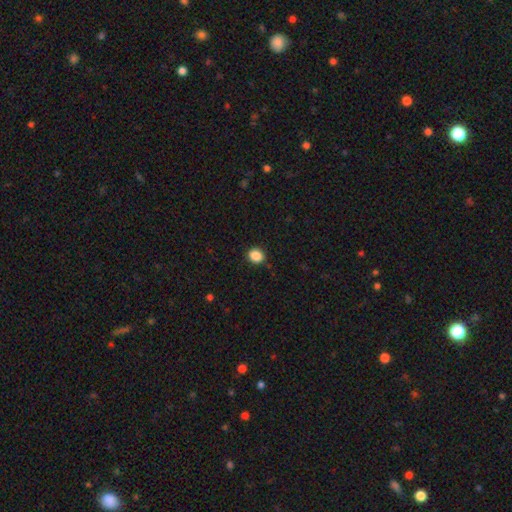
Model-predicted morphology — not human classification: Smooth or featured? smooth (87%)
How rounded? round (73%)
Merging? none (86%)